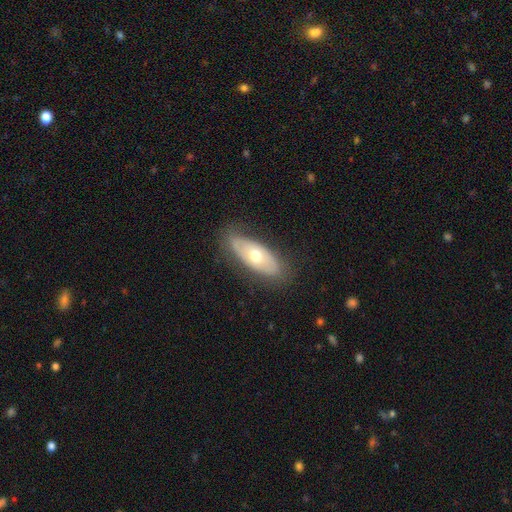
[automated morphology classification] Overall: featured or disk (48%; smooth 46%). Merging: none (77%).